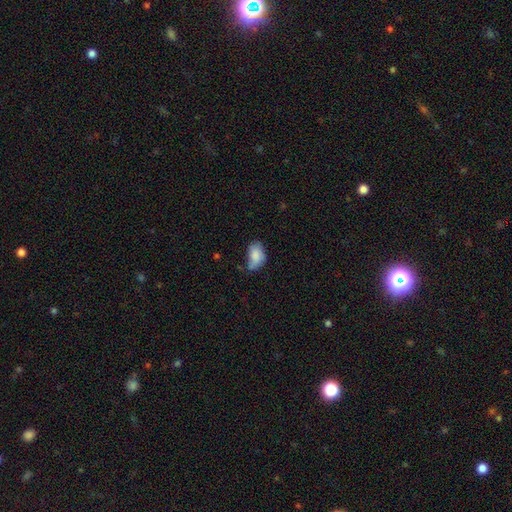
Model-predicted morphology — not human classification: Smooth or featured: smooth — 81% (featured or disk — 12%)
How rounded: in between — 88% (round — 10%)
Merging: none — 40% (minor disturbance — 39%)